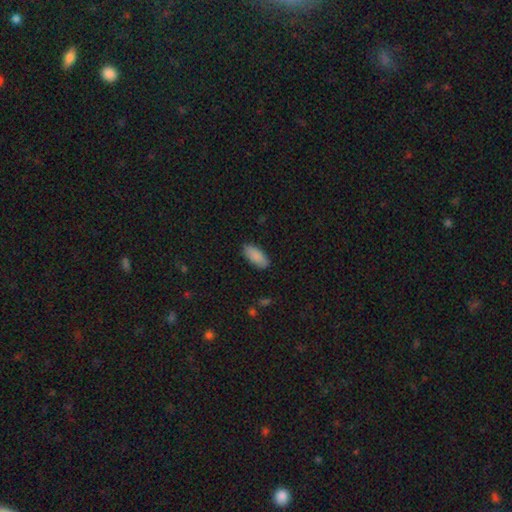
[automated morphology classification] This is clearly a smooth galaxy (89%). How rounded: clearly in between (87%). Merging: clearly none (88%).